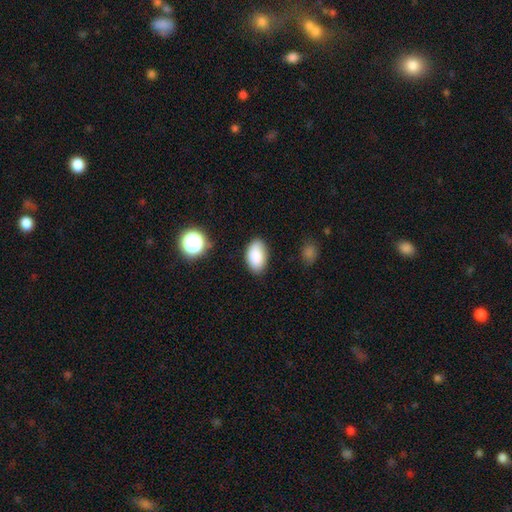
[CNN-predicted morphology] type=smooth (87%); roundness=in between (93%); merging=none (84%).